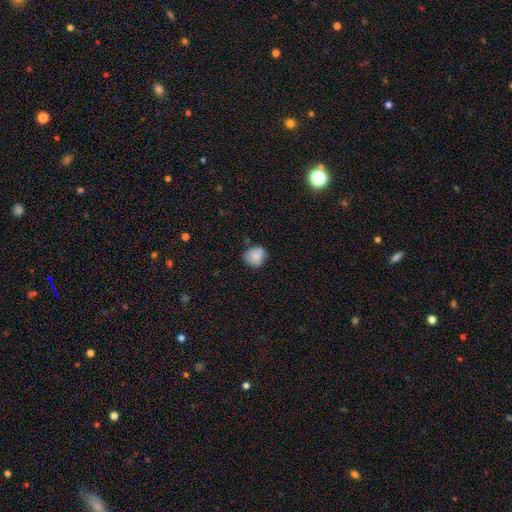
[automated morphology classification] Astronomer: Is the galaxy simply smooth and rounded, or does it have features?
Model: smooth — 80%.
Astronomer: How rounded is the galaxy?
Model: round — 81%.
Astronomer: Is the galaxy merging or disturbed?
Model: none — 67%.